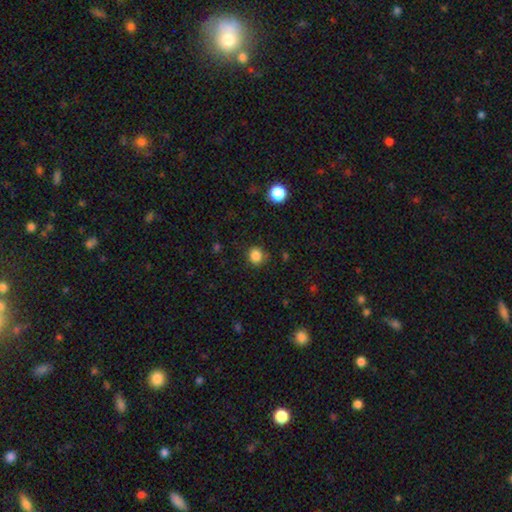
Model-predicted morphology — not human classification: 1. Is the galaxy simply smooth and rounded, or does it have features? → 85% smooth, 12% star or artifact, 4% featured or disk.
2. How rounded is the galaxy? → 82% round, 17% in between, 1% cigar-shaped.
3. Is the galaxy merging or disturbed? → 83% none, 13% minor disturbance, 3% major disturbance, 1% merger.